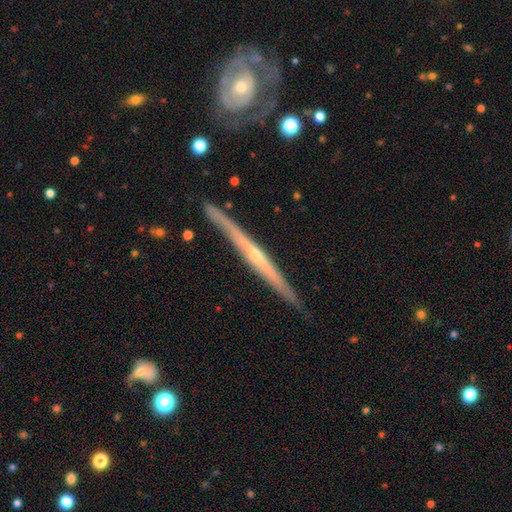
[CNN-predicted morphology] A featured or disk galaxy (82%) viewed edge-on (97%) with a rounded central bulge (61%).

Vote fractions:
- Smooth or featured? featured or disk: 82% / smooth: 13% / star or artifact: 5%
- Edge-on disk? yes: 97% / no: 3%
- Edge-on bulge? rounded: 61% / none: 35% / boxy: 4%
- Merging? none: 87% / minor disturbance: 10% / merger: 2% / major disturbance: 2%